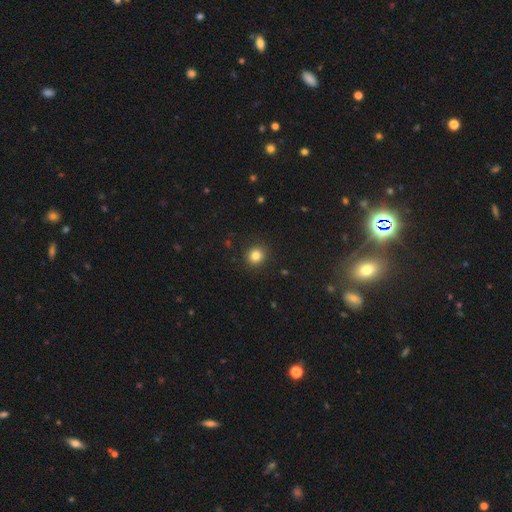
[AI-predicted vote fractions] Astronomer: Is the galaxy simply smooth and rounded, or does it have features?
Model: smooth — 82%.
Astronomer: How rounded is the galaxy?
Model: round — 88%.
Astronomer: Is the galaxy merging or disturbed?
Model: none — 91%.